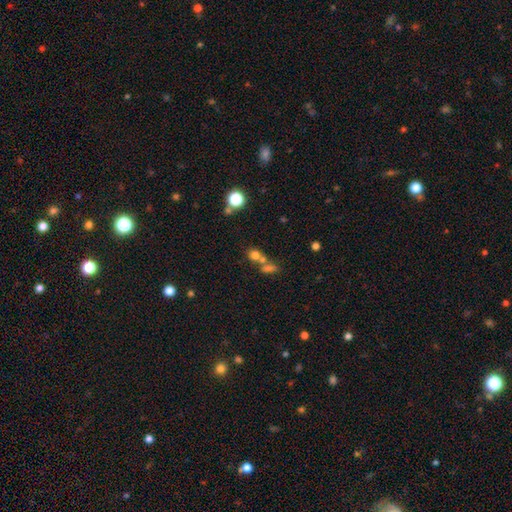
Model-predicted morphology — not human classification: type=smooth (69%); roundness=round (70%); merging=merger (47%).